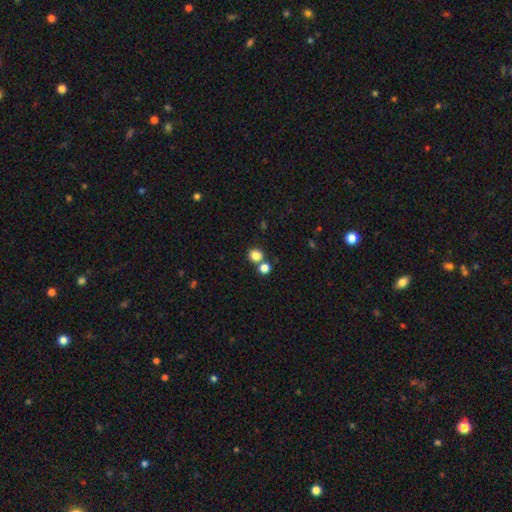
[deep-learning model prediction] This is clearly a smooth galaxy (83%). How rounded: clearly round (81%). Merging: likely none (66%).